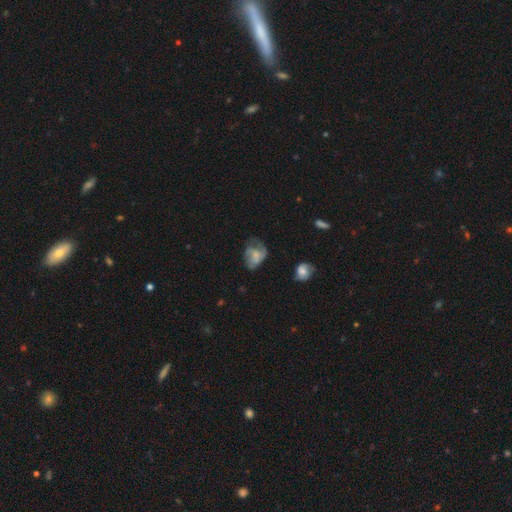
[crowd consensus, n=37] This appears to be a smooth galaxy with no disk features (51%) that is in between round and cigar-shaped (79%). Merging: major disturbance (47%).